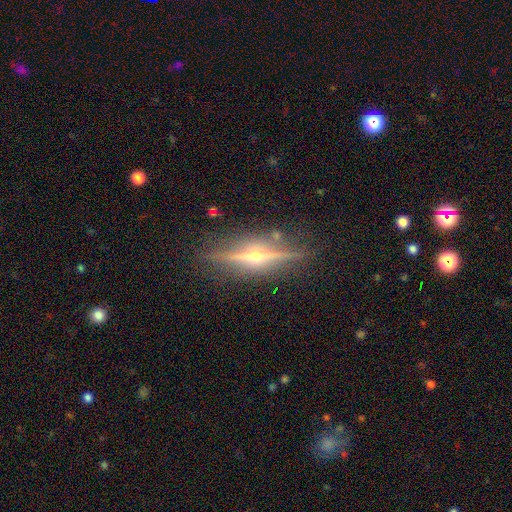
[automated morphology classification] A featured or disk galaxy (84%) viewed edge-on (97%) with a rounded central bulge (93%).

Vote fractions:
- Smooth or featured? featured or disk: 84% / smooth: 9% / star or artifact: 7%
- Edge-on disk? yes: 97% / no: 3%
- Edge-on bulge? rounded: 93% / none: 4% / boxy: 3%
- Merging? none: 88% / minor disturbance: 8% / major disturbance: 2% / merger: 2%